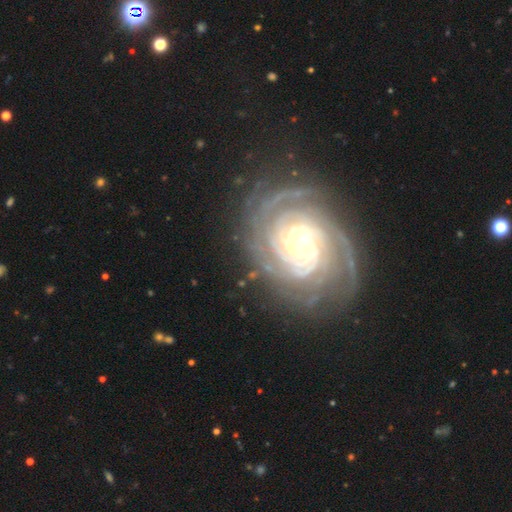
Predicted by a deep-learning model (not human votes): Overall: featured or disk (86%). Edge-on disk: no (97%). Bar: no (69%). Spiral arms: yes (98%). Spiral arm count: 2 (25%; can't tell 24%). Spiral winding: tight (80%). Bulge size: small (57%; moderate 32%). Merging: none (80%).